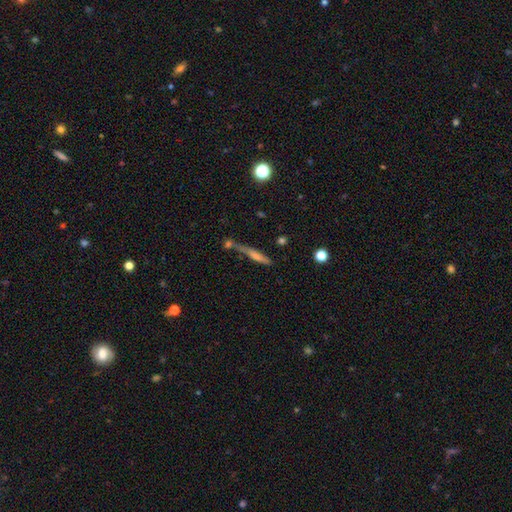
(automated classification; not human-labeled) smooth-or-featured: featured or disk: 50% | smooth: 38% | star or artifact: 12%
  disk-edge-on: yes: 89% | no: 11%
  merging: none: 55% | merger: 20% | minor disturbance: 17% | major disturbance: 9%